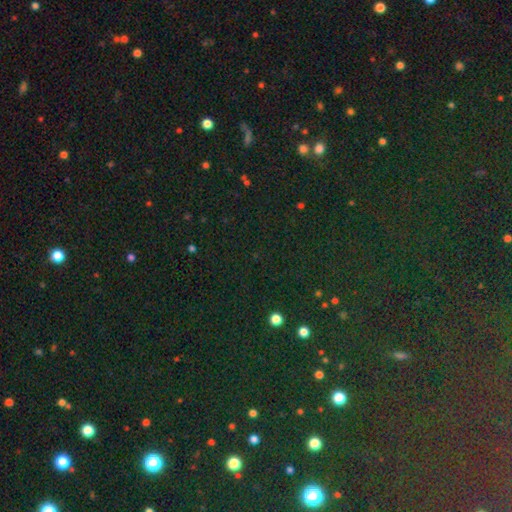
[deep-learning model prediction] smooth-or-featured: star or artifact: 81% | smooth: 13% | featured or disk: 7%